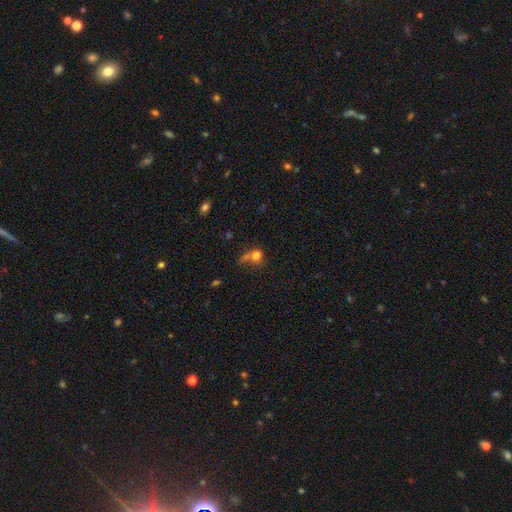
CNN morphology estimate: Smooth or featured? smooth (70%)
How rounded? round (57%)
Merging? none (29%, tied with merger)